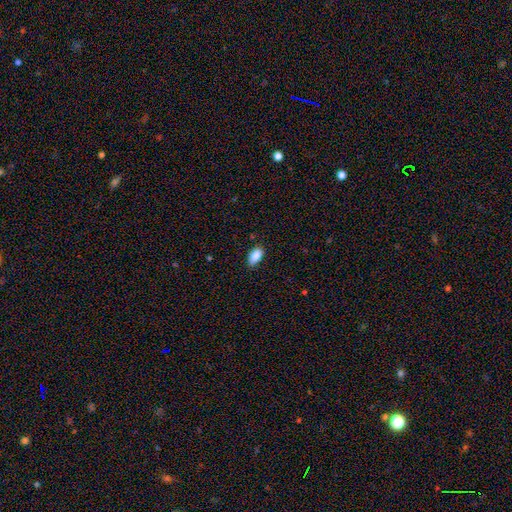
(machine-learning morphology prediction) type=smooth (88%); roundness=in between (92%); merging=none (78%).